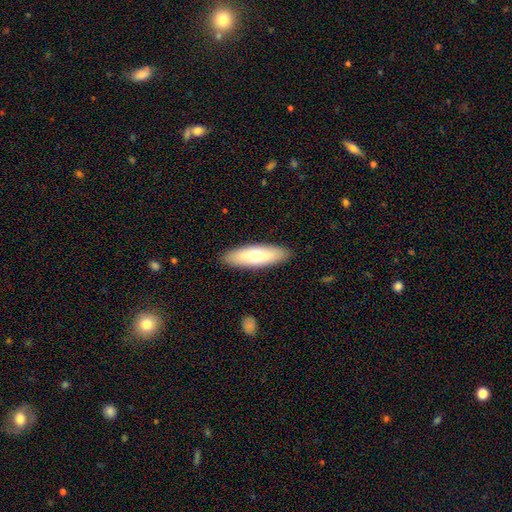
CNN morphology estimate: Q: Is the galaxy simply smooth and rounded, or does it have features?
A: smooth — 66%.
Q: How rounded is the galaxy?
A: in between — 49%, tied with cigar-shaped.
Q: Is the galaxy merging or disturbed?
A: none — 90%.